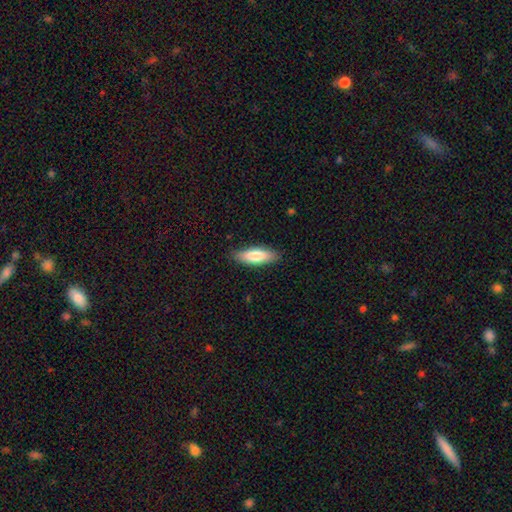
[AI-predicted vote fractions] Morphology: type=smooth (80%); roundness=in between (56%); merging=none (87%).